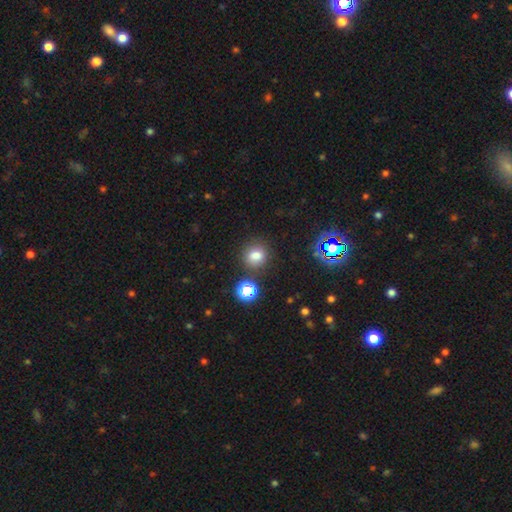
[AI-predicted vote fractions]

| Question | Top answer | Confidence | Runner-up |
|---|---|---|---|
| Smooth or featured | smooth | 77% | star or artifact (17%) |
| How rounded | round | 79% | in between (20%) |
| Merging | none | 81% | minor disturbance (9%) |